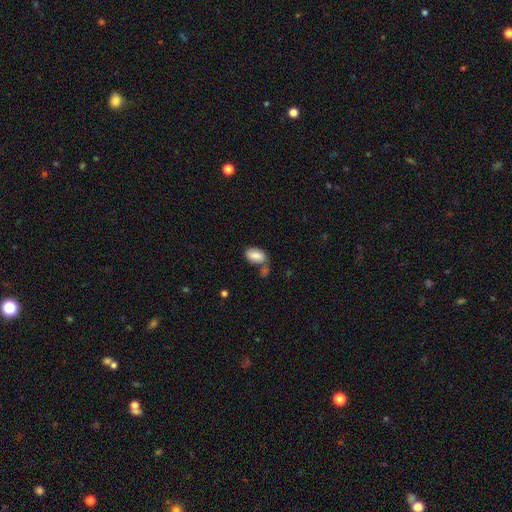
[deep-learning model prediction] Smooth or featured?
  - smooth: 81% *
  - featured or disk: 11%
  - star or artifact: 8%
How rounded?
  - in between: 91% *
  - round: 7%
  - cigar-shaped: 2%
Merging?
  - none: 42% *
  - merger: 28%
  - minor disturbance: 20%
  - major disturbance: 10%